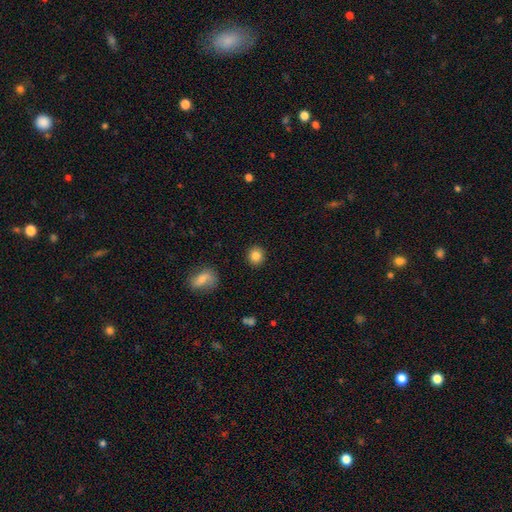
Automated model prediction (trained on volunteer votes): Smooth or featured? Predicted: smooth (p=0.85). How rounded? Predicted: round (p=0.85). Merging? Predicted: none (p=0.91).